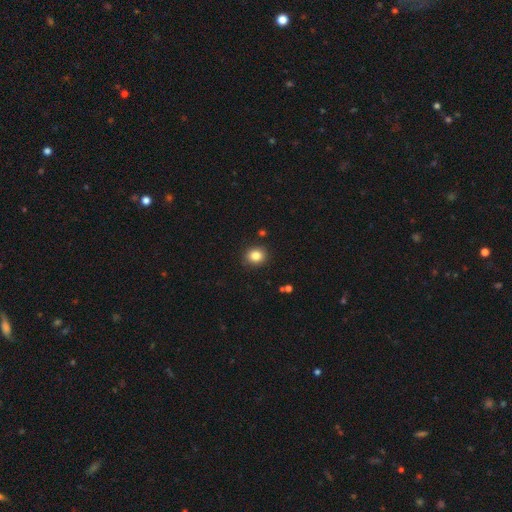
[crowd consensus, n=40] Overall: smooth (88%). How rounded: round (74%). Merging: none (80%).